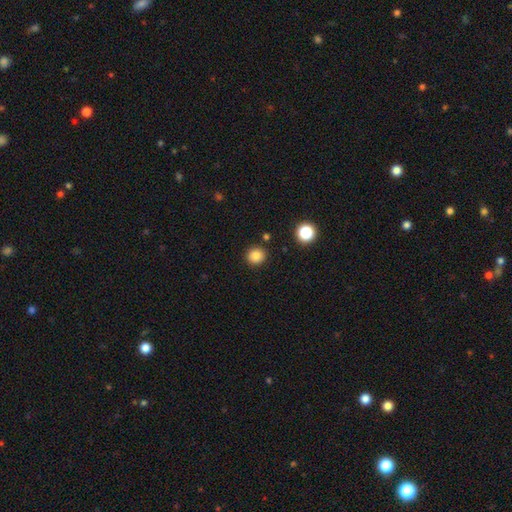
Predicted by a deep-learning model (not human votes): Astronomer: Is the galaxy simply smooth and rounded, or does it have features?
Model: smooth — 84%.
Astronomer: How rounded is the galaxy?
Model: round — 91%.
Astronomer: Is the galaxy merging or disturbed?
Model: none — 90%.